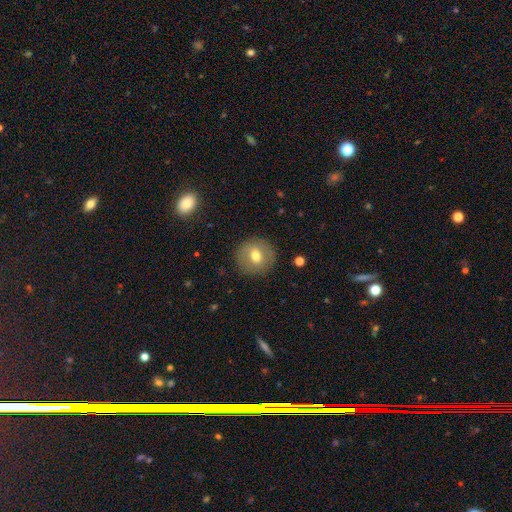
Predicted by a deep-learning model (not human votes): Smooth or featured? smooth (67%)
How rounded? round (91%)
Merging? none (88%)